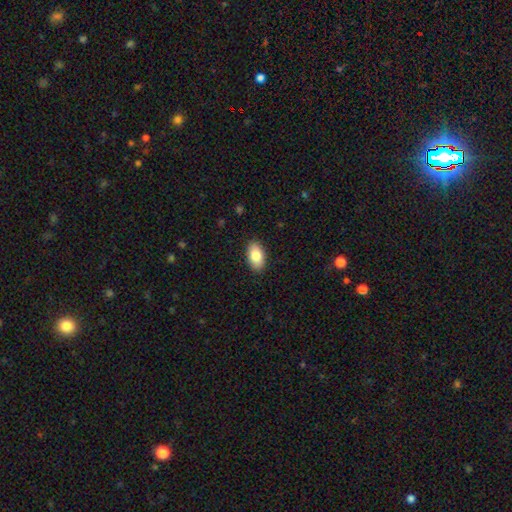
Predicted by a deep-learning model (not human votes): Smooth or featured? smooth (83%)
How rounded? in between (93%)
Merging? none (89%)